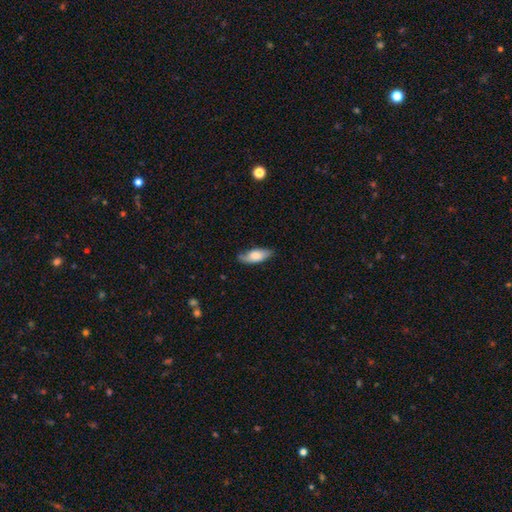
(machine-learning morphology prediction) smooth_or_featured: smooth (p=0.73) [alt: featured or disk p=0.21]
how_rounded: in between (p=0.75) [alt: cigar-shaped p=0.23]
merging: none (p=0.71) [alt: minor disturbance p=0.23]